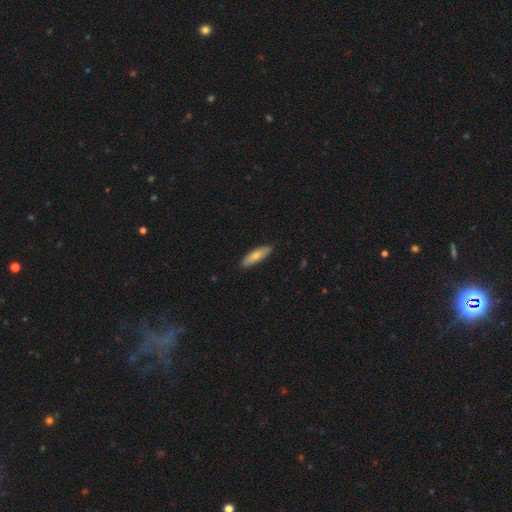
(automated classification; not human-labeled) This is likely a smooth galaxy (75%). How rounded: possibly cigar-shaped (55%). Merging: clearly none (87%).